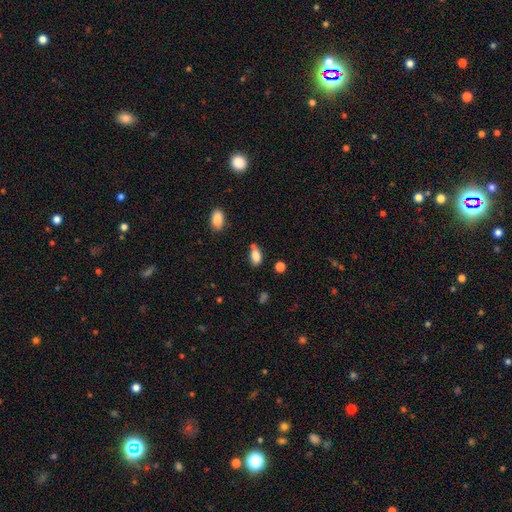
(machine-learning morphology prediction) Smooth or featured?
  - smooth: 84% *
  - star or artifact: 9%
  - featured or disk: 7%
How rounded?
  - in between: 88% *
  - round: 7%
  - cigar-shaped: 5%
Merging?
  - none: 60% *
  - minor disturbance: 20%
  - merger: 15%
  - major disturbance: 5%